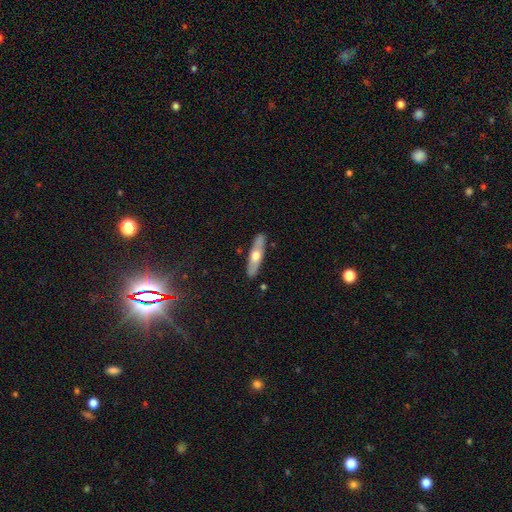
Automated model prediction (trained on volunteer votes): Overall: featured or disk (47%, tied with smooth). Merging: none (88%).